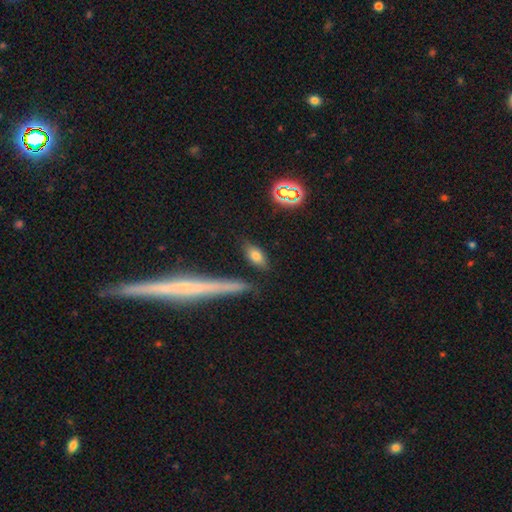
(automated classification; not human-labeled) A smooth galaxy with no disk features (76%) that is in between round and cigar-shaped (81%).

Vote fractions:
- Smooth or featured? smooth: 76% / featured or disk: 14% / star or artifact: 10%
- How rounded? in between: 81% / cigar-shaped: 14% / round: 5%
- Merging? none: 81% / minor disturbance: 12% / merger: 4% / major disturbance: 3%